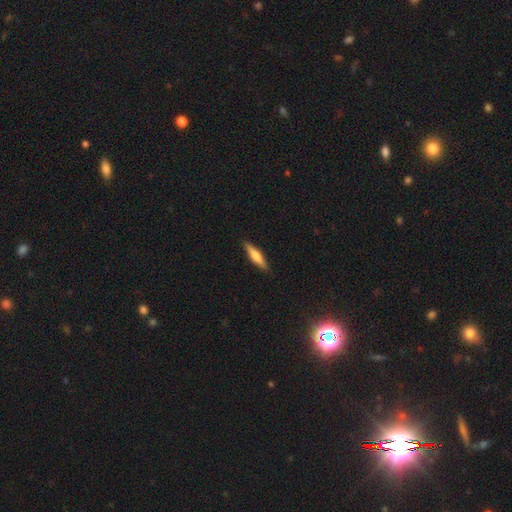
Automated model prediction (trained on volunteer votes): A smooth galaxy with no disk features (51%) that is cigar-shaped (81%). Merging: none (89%).